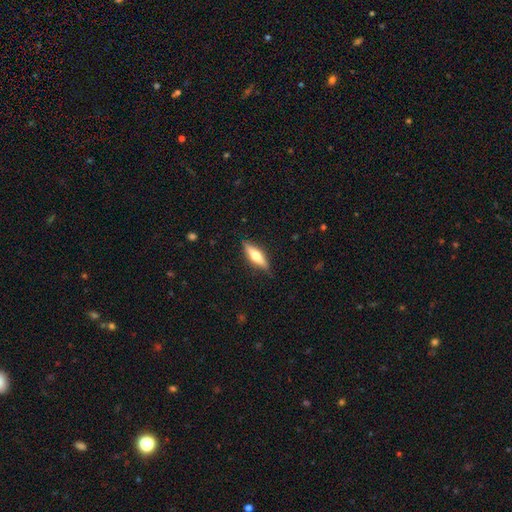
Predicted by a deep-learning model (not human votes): A featured or disk galaxy (48%). Merging: none (87%).